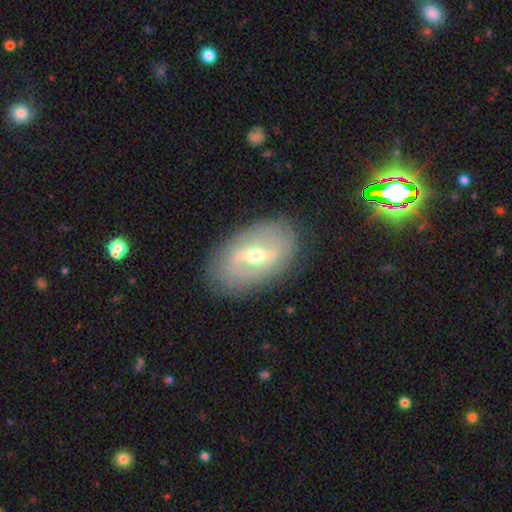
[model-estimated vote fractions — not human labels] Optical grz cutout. It shows a featured or disk galaxy (75%) with a strong bar (48%), spiral arms (53%) and a moderate central bulge (69%). Merging: none (82%).